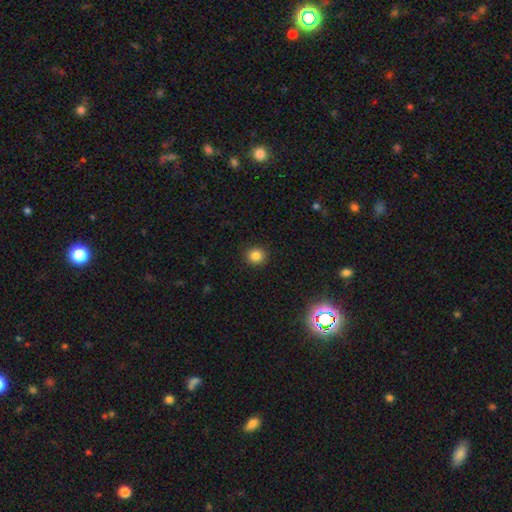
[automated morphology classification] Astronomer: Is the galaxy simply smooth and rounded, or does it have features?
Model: smooth — 84%.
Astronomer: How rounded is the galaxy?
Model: round — 90%.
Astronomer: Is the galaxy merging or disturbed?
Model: none — 92%.